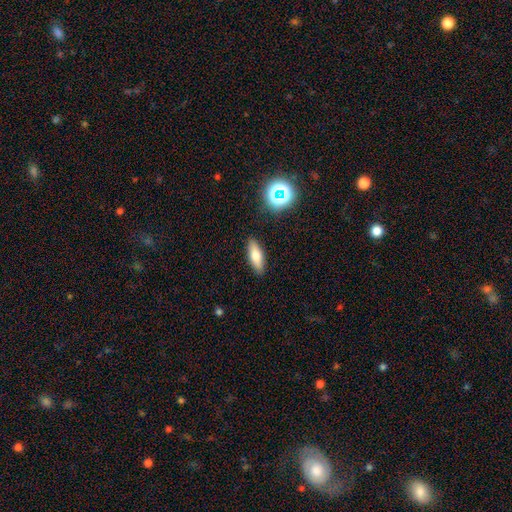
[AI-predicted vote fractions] Smooth or featured?
  - smooth: 71% *
  - featured or disk: 21%
  - star or artifact: 9%
How rounded?
  - in between: 58% *
  - cigar-shaped: 39%
  - round: 3%
Merging?
  - none: 88% *
  - minor disturbance: 8%
  - major disturbance: 2%
  - merger: 2%